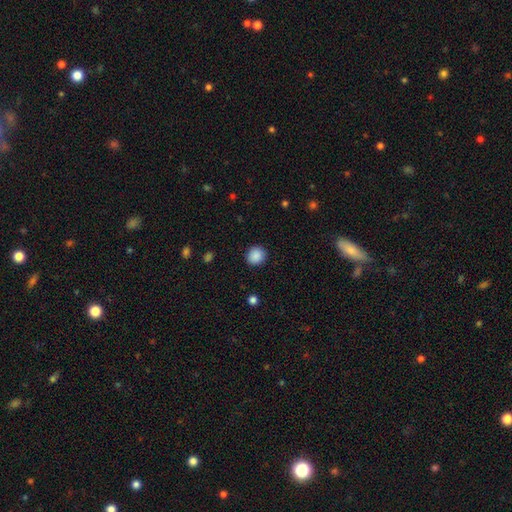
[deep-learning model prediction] Smooth or featured? smooth (89%)
How rounded? round (86%)
Merging? none (90%)